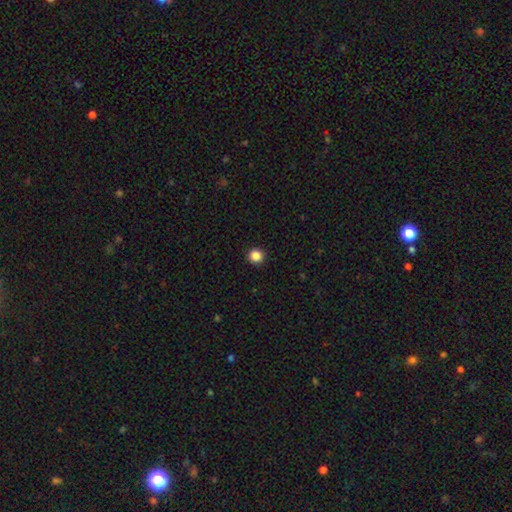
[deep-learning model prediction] Smooth or featured? Predicted: smooth (p=0.86). How rounded? Predicted: round (p=0.95). Merging? Predicted: none (p=0.94).